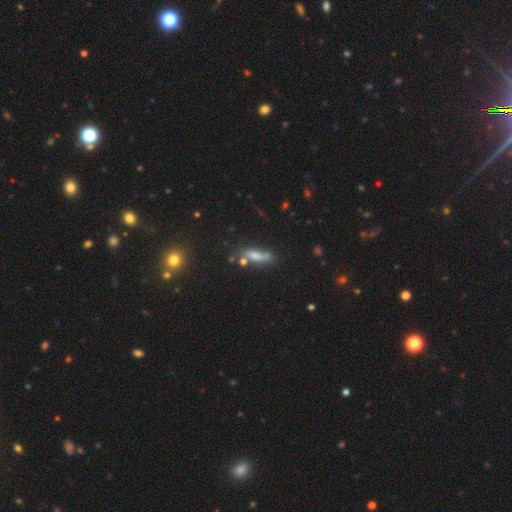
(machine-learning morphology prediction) This appears to be a smooth galaxy with no disk features (63%) that is cigar-shaped (56%). Merging: none (59%).